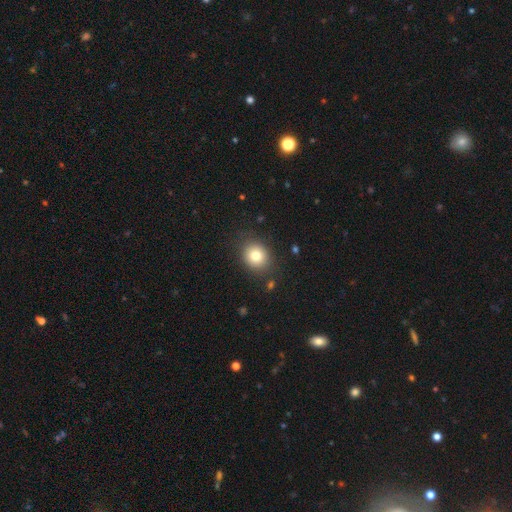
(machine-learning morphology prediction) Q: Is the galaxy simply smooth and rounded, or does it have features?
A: smooth — 80%.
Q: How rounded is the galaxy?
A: round — 74%.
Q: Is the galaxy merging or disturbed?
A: none — 85%.